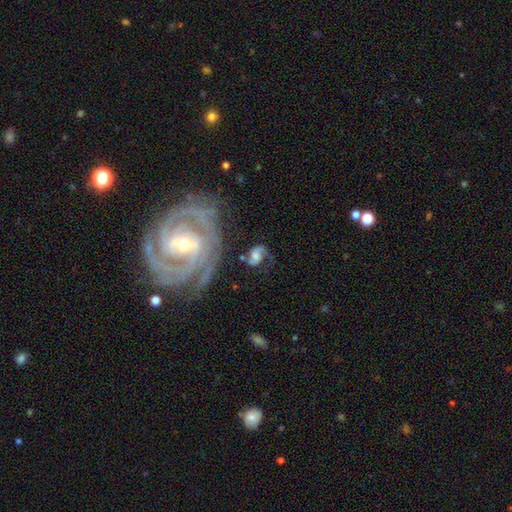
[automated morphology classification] smooth_or_featured: featured or disk (p=0.71) [alt: smooth p=0.22]
disk_edge_on: no (p=0.97) [alt: yes p=0.03]
bar: no (p=0.50) [alt: weak p=0.38]
has_spiral_arms: yes (p=0.91) [alt: no p=0.09]
spiral_winding: medium (p=0.44) [alt: loose p=0.36]
spiral_arm_count: 2 (p=0.79) [alt: 1 p=0.12]
bulge_size: moderate (p=0.43) [alt: small p=0.24]
merging: none (p=0.48) [alt: minor disturbance p=0.22]